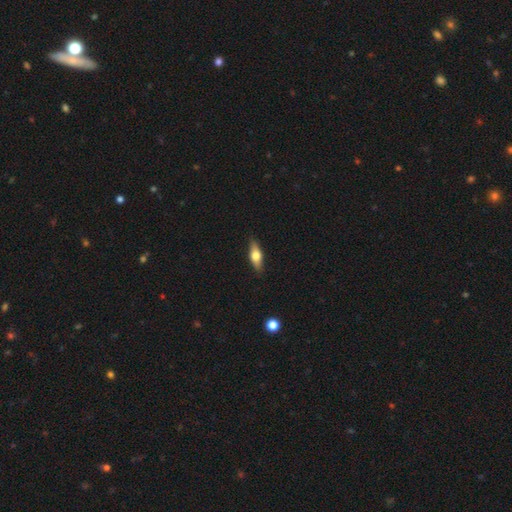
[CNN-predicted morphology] Q: Smooth or featured?
A: smooth (55%); runner-up: featured or disk (38%)
Q: How rounded?
A: in between (60%); runner-up: cigar-shaped (36%)
Q: Merging?
A: none (88%); runner-up: minor disturbance (9%)